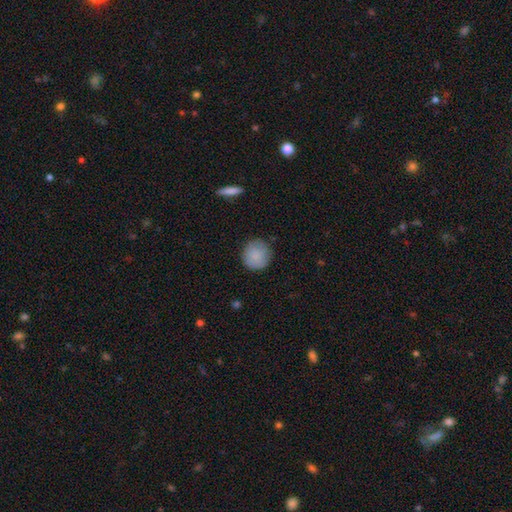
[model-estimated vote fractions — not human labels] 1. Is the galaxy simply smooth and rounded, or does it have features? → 86% smooth, 7% star or artifact, 7% featured or disk.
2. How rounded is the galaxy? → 92% round, 7% in between, 1% cigar-shaped.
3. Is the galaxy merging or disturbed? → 84% none, 12% minor disturbance, 3% major disturbance, 1% merger.